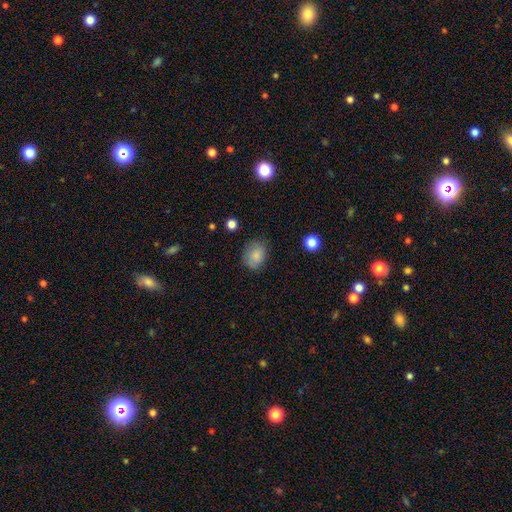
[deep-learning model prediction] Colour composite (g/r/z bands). It shows a smooth galaxy with no disk features (81%) that is in between round and cigar-shaped (54%). Merging: none (73%).